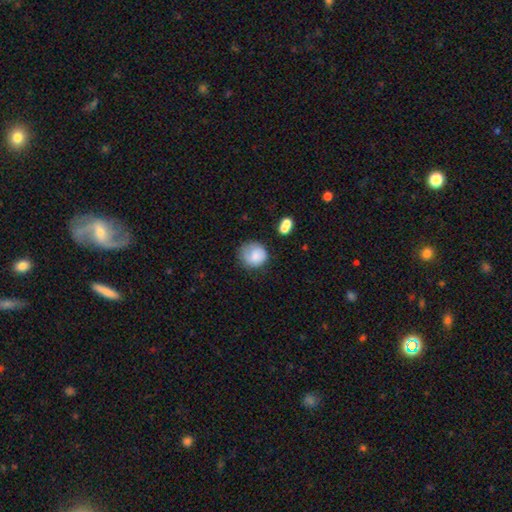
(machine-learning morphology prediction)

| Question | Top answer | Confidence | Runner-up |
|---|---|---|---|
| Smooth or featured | smooth | 80% | featured or disk (12%) |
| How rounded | round | 86% | in between (13%) |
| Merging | none | 61% | minor disturbance (26%) |